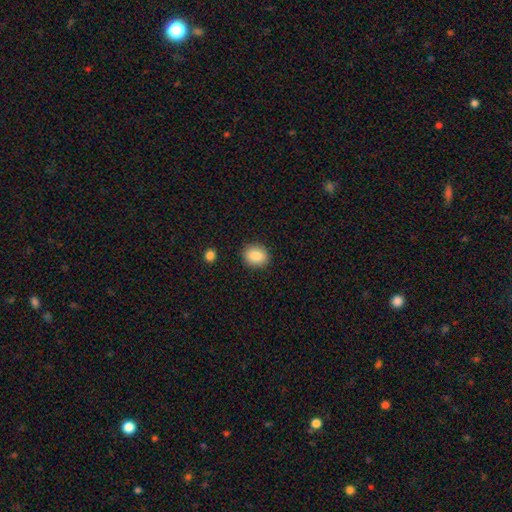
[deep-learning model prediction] Q: Smooth or featured?
A: smooth (86%); runner-up: star or artifact (8%)
Q: How rounded?
A: round (65%); runner-up: in between (35%)
Q: Merging?
A: none (89%); runner-up: minor disturbance (8%)